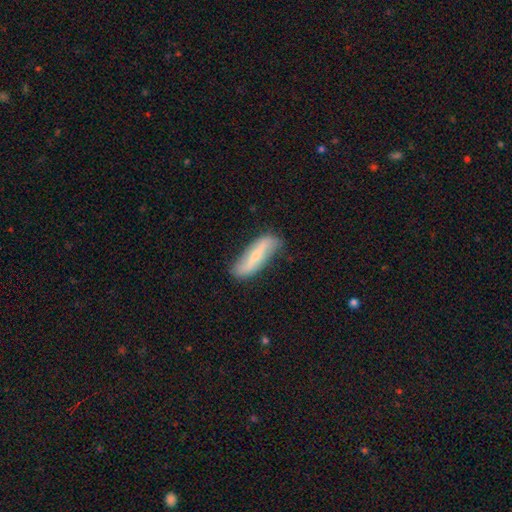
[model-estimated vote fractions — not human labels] Smooth or featured? featured or disk (53%)
Edge-on disk? no (71%)
Merging? none (73%)